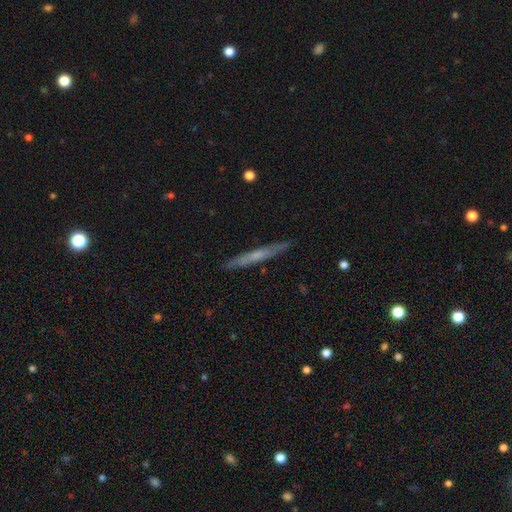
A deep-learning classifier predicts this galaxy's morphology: This appears to be a featured or disk galaxy (50%). Merging: none (89%).